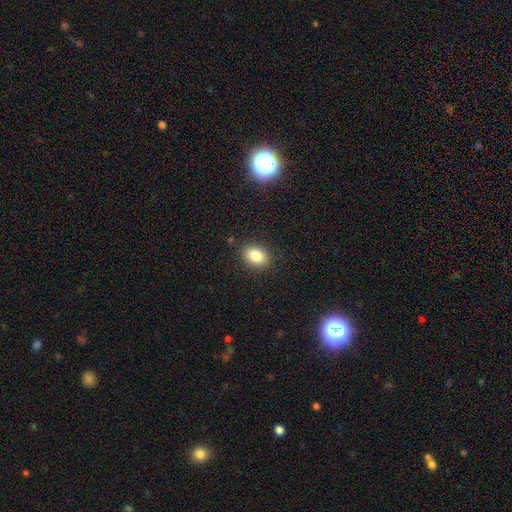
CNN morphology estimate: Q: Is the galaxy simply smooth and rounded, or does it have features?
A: smooth — 83%.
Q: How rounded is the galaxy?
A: in between — 67%.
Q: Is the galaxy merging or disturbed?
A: none — 87%.